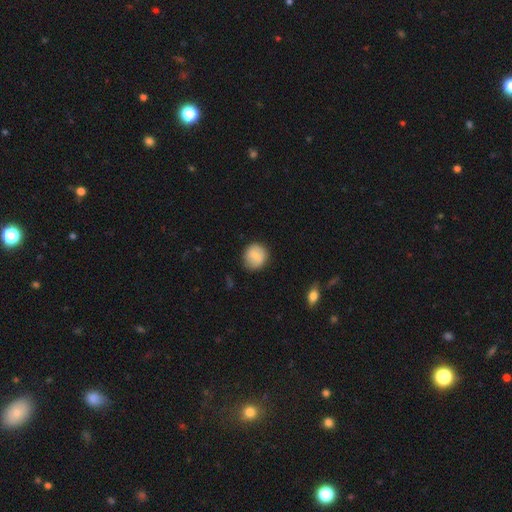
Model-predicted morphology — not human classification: A smooth galaxy with no disk features (77%) that is round (86%).

Vote fractions:
- Smooth or featured? smooth: 77% / featured or disk: 16% / star or artifact: 7%
- How rounded? round: 86% / in between: 13% / cigar-shaped: 1%
- Merging? none: 85% / minor disturbance: 11% / major disturbance: 3% / merger: 1%